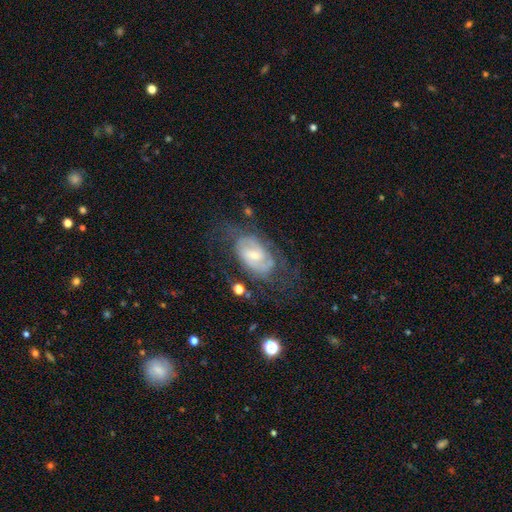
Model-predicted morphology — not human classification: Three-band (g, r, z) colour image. It shows a featured or disk galaxy (72%) with a weak bar (47%), 2 (47%) tight (47%) spiral arms (83%) and a small central bulge (50%). Merging: none (59%).